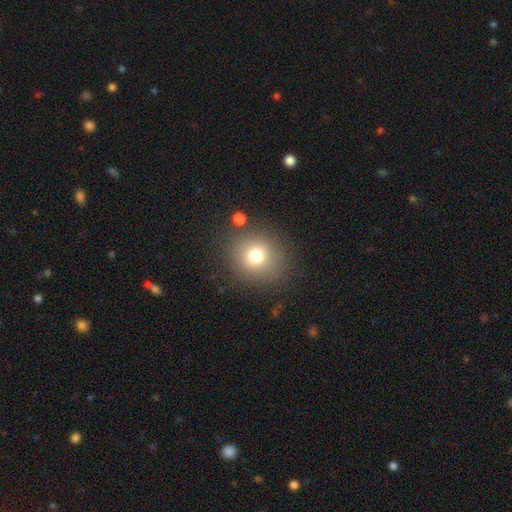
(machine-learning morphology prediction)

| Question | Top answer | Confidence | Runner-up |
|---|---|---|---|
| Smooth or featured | smooth | 76% | star or artifact (14%) |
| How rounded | round | 86% | in between (13%) |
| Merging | none | 82% | minor disturbance (9%) |